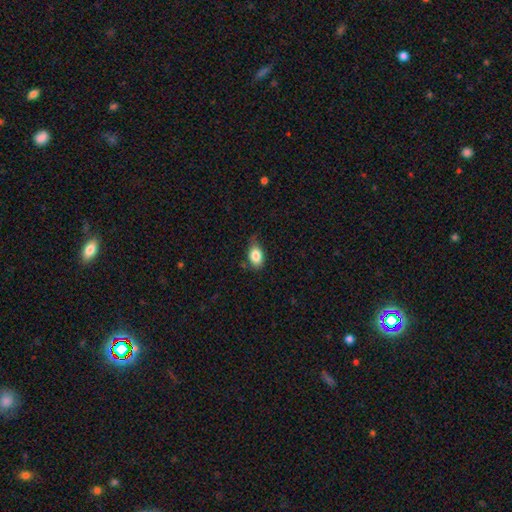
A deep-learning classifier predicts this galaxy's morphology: A smooth galaxy with no disk features (84%) that is in between round and cigar-shaped (85%). Merging: none (64%).